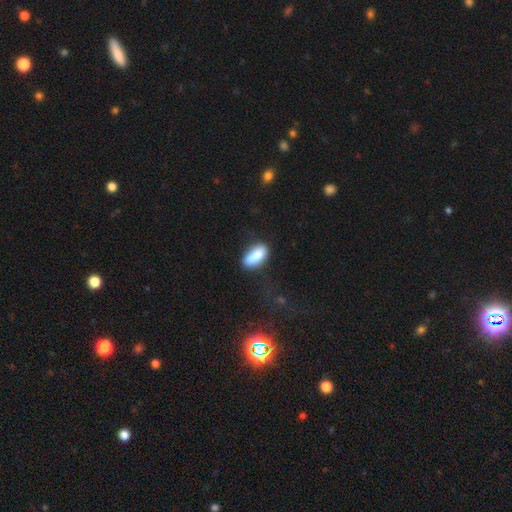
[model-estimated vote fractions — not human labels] Smooth or featured?
  - smooth: 81% *
  - featured or disk: 12%
  - star or artifact: 7%
How rounded?
  - in between: 82% *
  - cigar-shaped: 14%
  - round: 3%
Merging?
  - none: 60% *
  - minor disturbance: 22%
  - merger: 11%
  - major disturbance: 7%